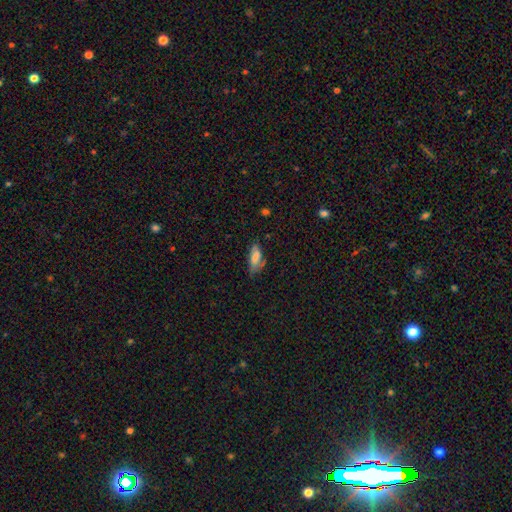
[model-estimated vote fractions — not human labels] smooth-or-featured: smooth: 76% | featured or disk: 15% | star or artifact: 9%
  how-rounded: in between: 80% | cigar-shaped: 18% | round: 3%
  merging: none: 53% | minor disturbance: 32% | major disturbance: 11% | merger: 4%